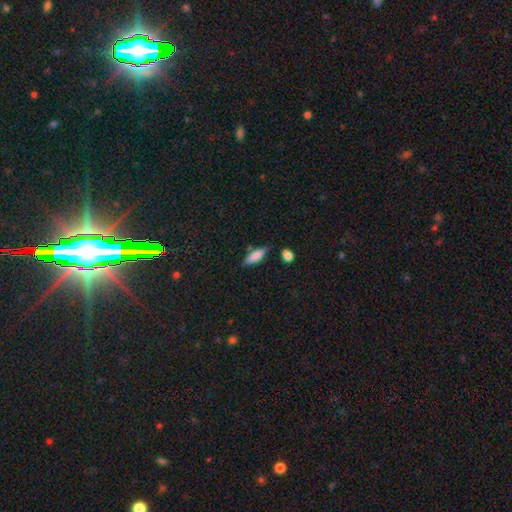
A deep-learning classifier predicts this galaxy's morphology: Q: Smooth or featured?
A: smooth (74%); runner-up: featured or disk (19%)
Q: How rounded?
A: cigar-shaped (51%); runner-up: in between (47%)
Q: Merging?
A: none (75%); runner-up: minor disturbance (16%)